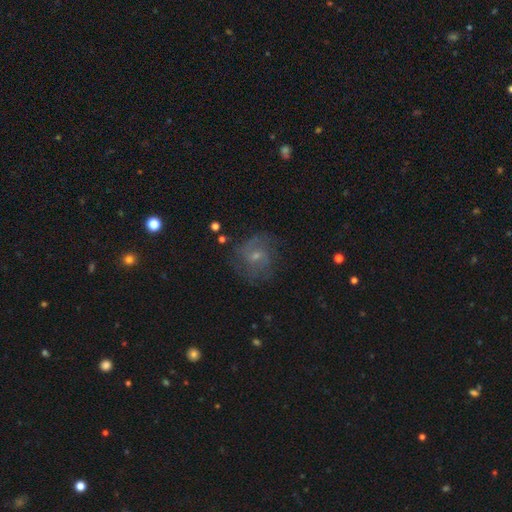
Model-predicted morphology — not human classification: This is likely a featured or disk galaxy (60%). It is clearly not viewed edge-on (97%). Bar: possibly no (51%). Spiral arm pattern: likely yes (80%). Central bulge: likely small (65%). Merging: likely none (65%).